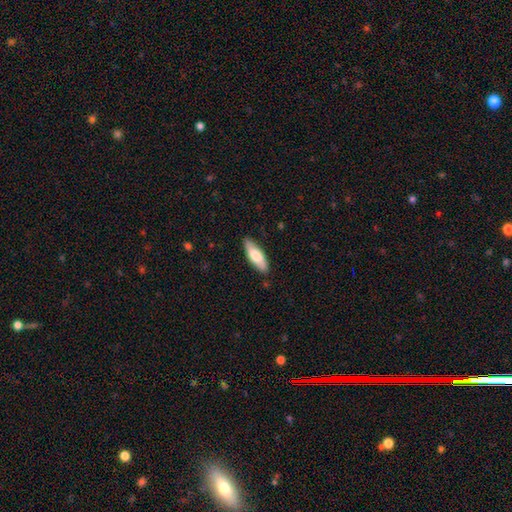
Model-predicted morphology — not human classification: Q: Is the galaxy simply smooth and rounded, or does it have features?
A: smooth — 73%.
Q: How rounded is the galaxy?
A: in between — 61%.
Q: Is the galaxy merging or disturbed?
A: none — 86%.